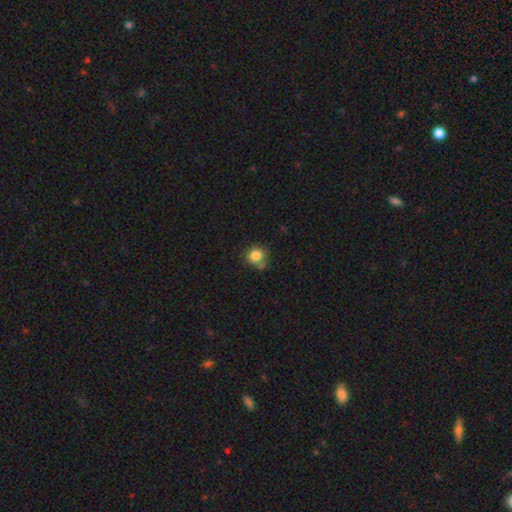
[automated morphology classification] Smooth or featured? Predicted: smooth (p=0.83). How rounded? Predicted: round (p=0.88). Merging? Predicted: none (p=0.68).